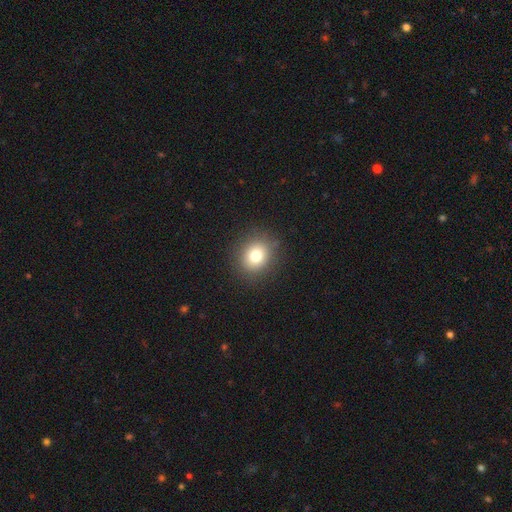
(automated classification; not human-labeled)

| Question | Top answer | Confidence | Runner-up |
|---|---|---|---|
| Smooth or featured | smooth | 78% | star or artifact (13%) |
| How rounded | round | 72% | in between (27%) |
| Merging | none | 88% | minor disturbance (8%) |